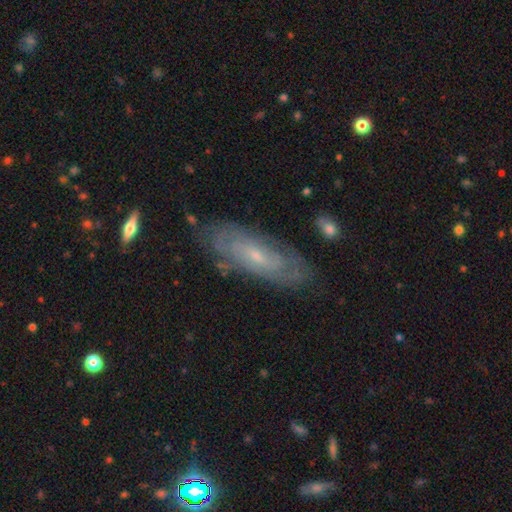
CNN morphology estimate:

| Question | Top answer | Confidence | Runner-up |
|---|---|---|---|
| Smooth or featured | featured or disk | 72% | smooth (22%) |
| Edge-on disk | no | 83% | yes (17%) |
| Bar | no | 57% | weak (36%) |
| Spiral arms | yes | 81% | no (19%) |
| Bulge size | small | 68% | moderate (26%) |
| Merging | none | 77% | minor disturbance (17%) |